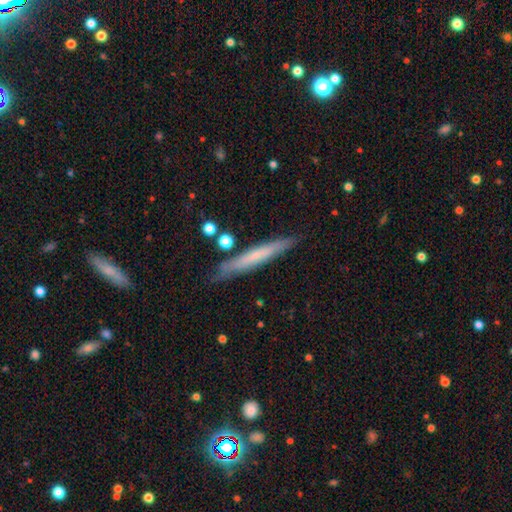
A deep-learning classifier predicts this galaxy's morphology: smooth 50%, featured or disk 44%, star or artifact 6%. Down the decision tree: how rounded — cigar-shaped (95%); merging — none (84%).